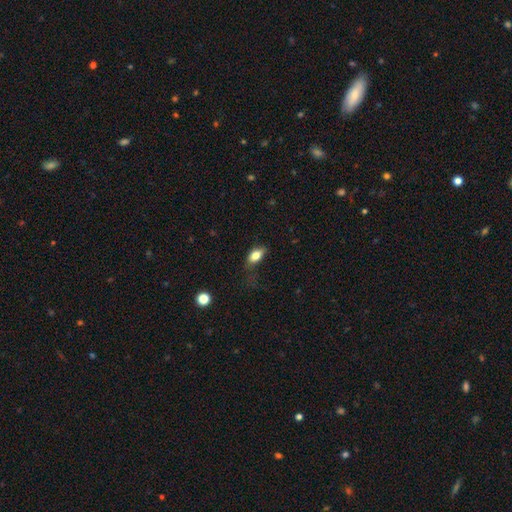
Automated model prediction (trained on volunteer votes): smooth_or_featured: smooth (p=0.80) [alt: featured or disk p=0.12]
how_rounded: in between (p=0.86) [alt: round p=0.07]
merging: none (p=0.50) [alt: minor disturbance p=0.29]